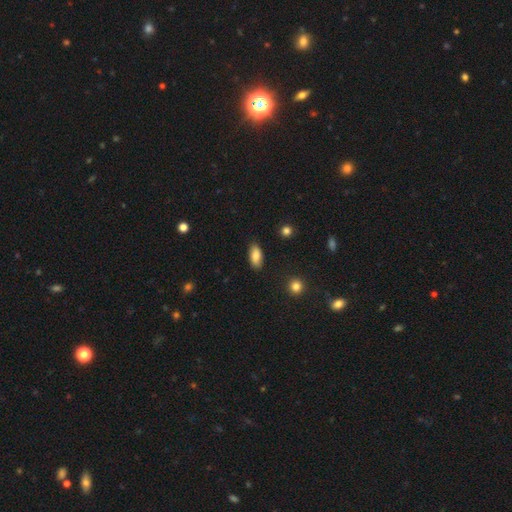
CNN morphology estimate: This is clearly a smooth galaxy (83%). How rounded: clearly in between (88%). Merging: clearly none (85%).